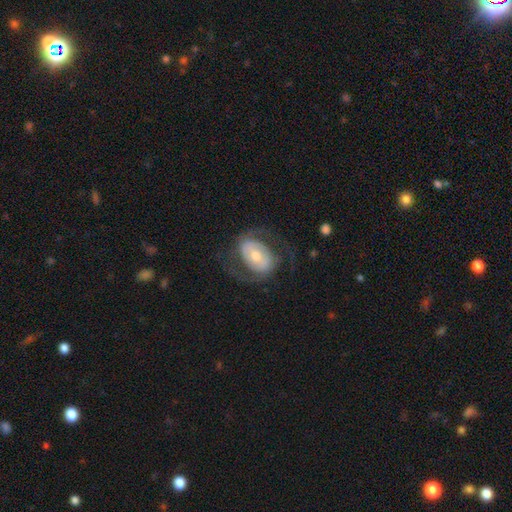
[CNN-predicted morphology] The model was most divided on "bar": no: 44%, weak: 33%, strong: 23%. Remaining: edge-on disk — no (96%); spiral arm count — 2 (85%); spiral arms — yes (75%); smooth or featured — featured or disk (71%); merging — none (66%); bulge size — moderate (58%); spiral winding — medium (47%).